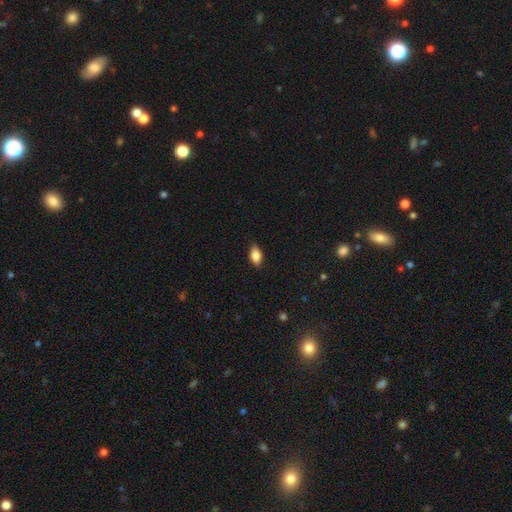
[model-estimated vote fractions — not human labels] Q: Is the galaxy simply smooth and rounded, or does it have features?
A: smooth — 83%.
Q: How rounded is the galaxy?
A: in between — 89%.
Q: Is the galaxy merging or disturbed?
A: none — 86%.